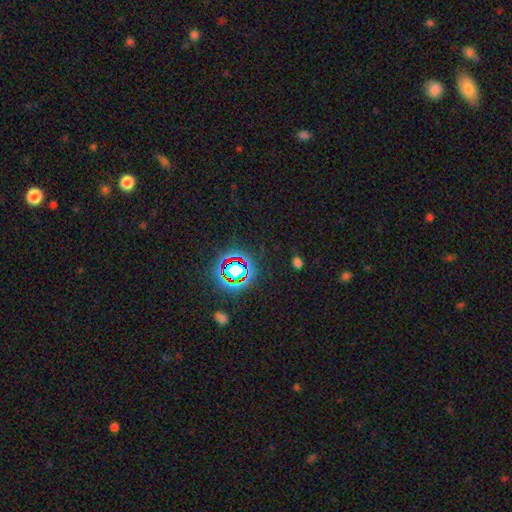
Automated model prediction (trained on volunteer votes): This appears to be a star or artifact, not a galaxy (75%).